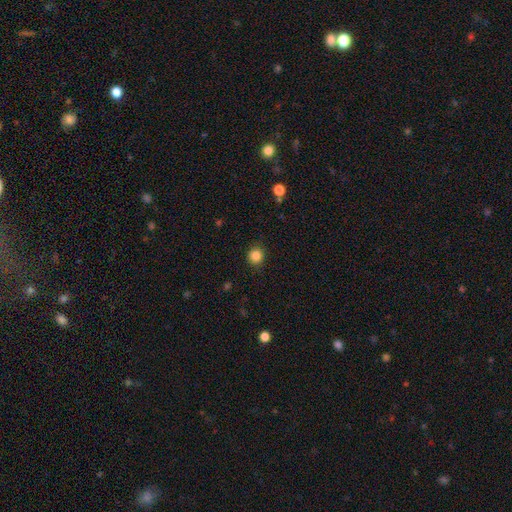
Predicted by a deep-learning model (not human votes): Morphology: type=smooth (85%); roundness=round (90%); merging=none (89%).